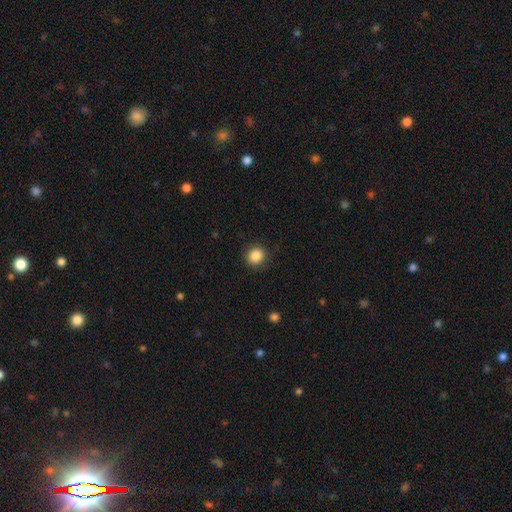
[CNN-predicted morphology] Overall: smooth (87%). How rounded: round (84%). Merging: none (90%).